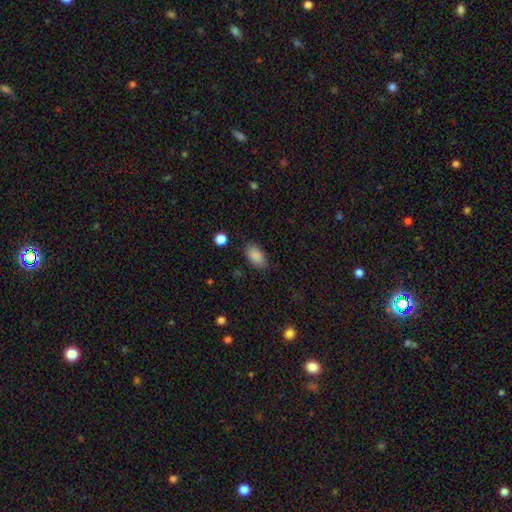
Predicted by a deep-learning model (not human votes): A smooth galaxy with no disk features (88%) that is in between round and cigar-shaped (92%).

Vote fractions:
- Smooth or featured? smooth: 88% / star or artifact: 8% / featured or disk: 4%
- How rounded? in between: 92% / round: 5% / cigar-shaped: 3%
- Merging? none: 84% / minor disturbance: 11% / major disturbance: 3% / merger: 1%